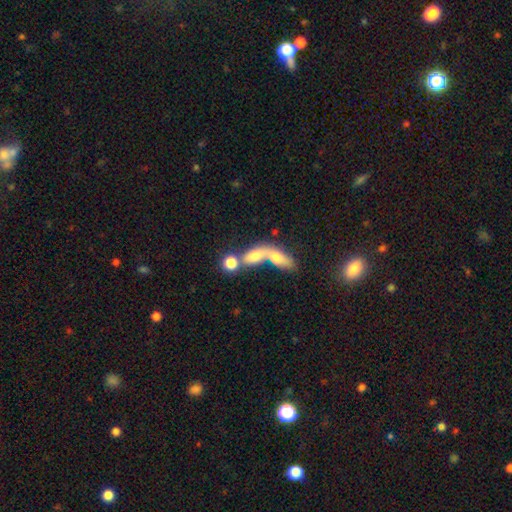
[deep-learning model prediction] The model was most divided on "how rounded": in between: 57%, round: 25%, cigar-shaped: 18%. More confident: merging — merger (69%); smooth or featured — smooth (60%).